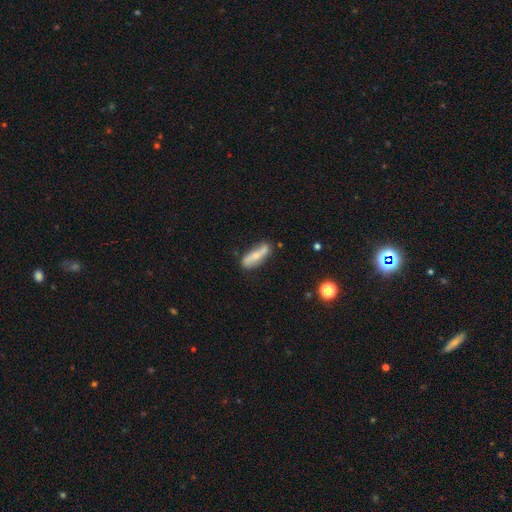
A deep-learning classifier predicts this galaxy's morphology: Q: Smooth or featured?
A: featured or disk (49%); runner-up: smooth (45%)
Q: Merging?
A: none (67%); runner-up: minor disturbance (23%)